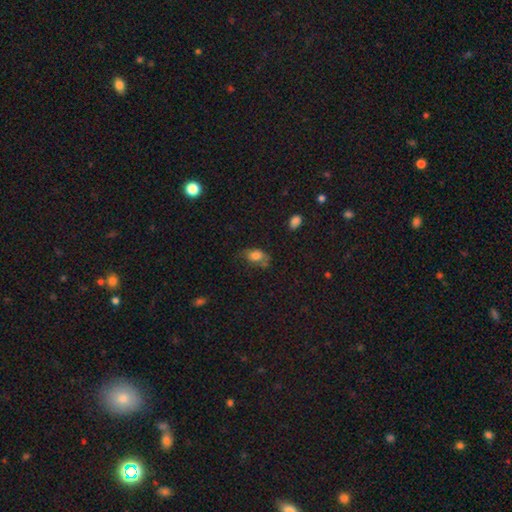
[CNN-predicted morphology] Q: Smooth or featured?
A: smooth (77%); runner-up: featured or disk (13%)
Q: How rounded?
A: in between (83%); runner-up: round (14%)
Q: Merging?
A: none (47%); runner-up: minor disturbance (32%)